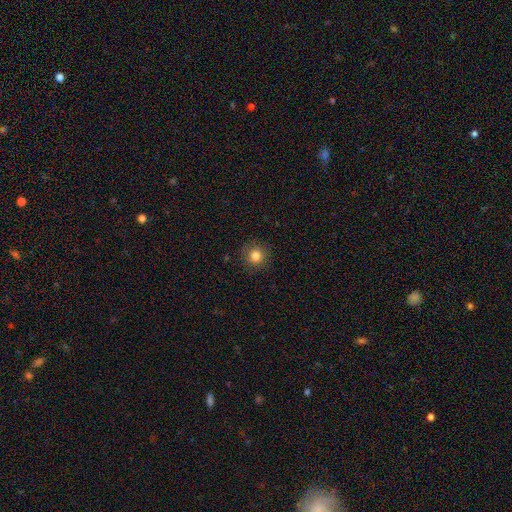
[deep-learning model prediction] Q: Smooth or featured?
A: smooth (82%); runner-up: star or artifact (12%)
Q: How rounded?
A: round (93%); runner-up: in between (6%)
Q: Merging?
A: none (90%); runner-up: minor disturbance (7%)